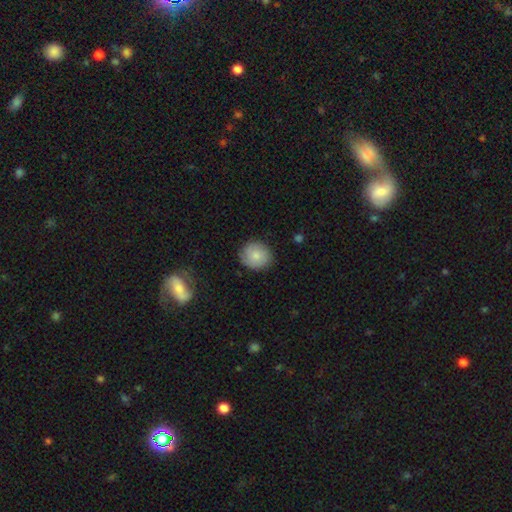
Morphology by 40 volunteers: A smooth galaxy with no disk features (72%) that is round (90%).

Vote fractions:
- Smooth or featured? smooth: 72% / featured or disk: 22% / star or artifact: 5%
- How rounded? round: 90% / in between: 10% / cigar-shaped: 0%
- Merging? none: 84% / minor disturbance: 13% / merger: 3% / major disturbance: 0%